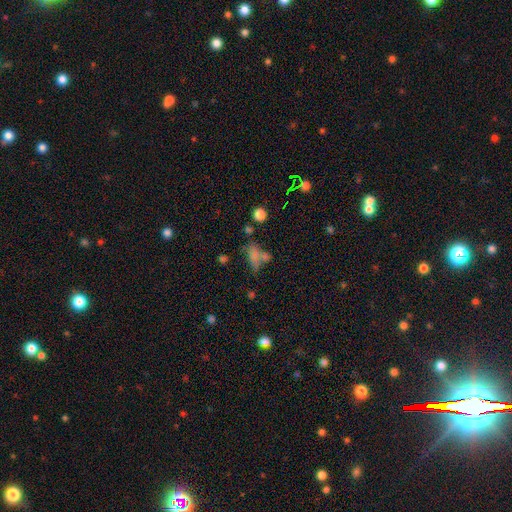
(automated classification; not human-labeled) This appears to be a smooth galaxy with no disk features (65%) that is in between round and cigar-shaped (71%). Merging: none (37%).